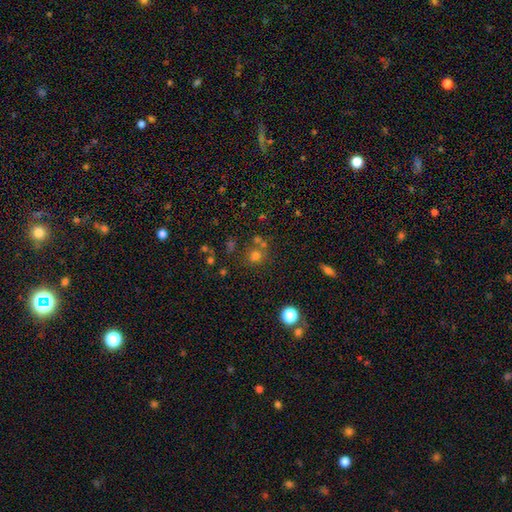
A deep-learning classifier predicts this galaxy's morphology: Smooth or featured? smooth (67%)
How rounded? round (82%)
Merging? none (61%)